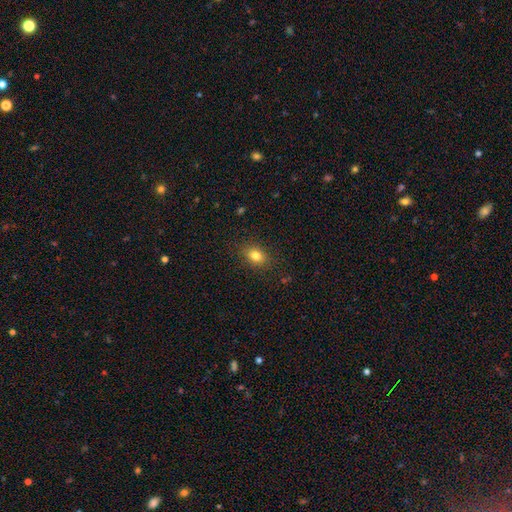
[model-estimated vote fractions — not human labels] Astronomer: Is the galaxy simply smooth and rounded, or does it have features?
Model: smooth — 81%.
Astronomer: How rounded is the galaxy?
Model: in between — 71%.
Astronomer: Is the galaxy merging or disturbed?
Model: none — 86%.